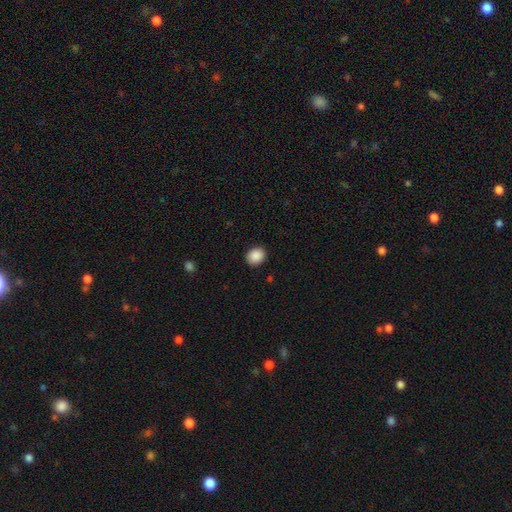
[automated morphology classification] smooth 89%, star or artifact 8%, featured or disk 2%. Down the decision tree: how rounded — round (64%); merging — none (90%).